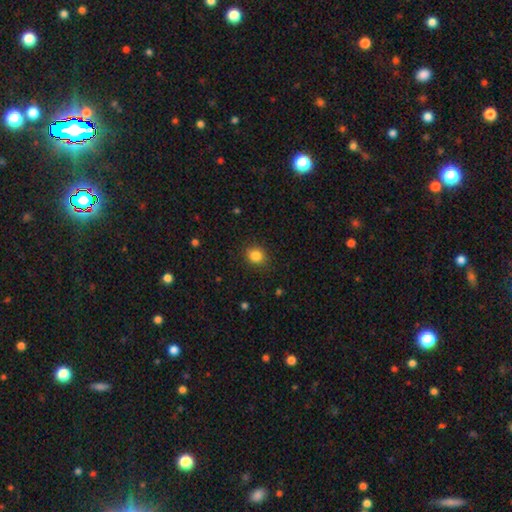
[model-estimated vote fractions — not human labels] Morphology: type=smooth (85%); roundness=round (74%); merging=none (88%).